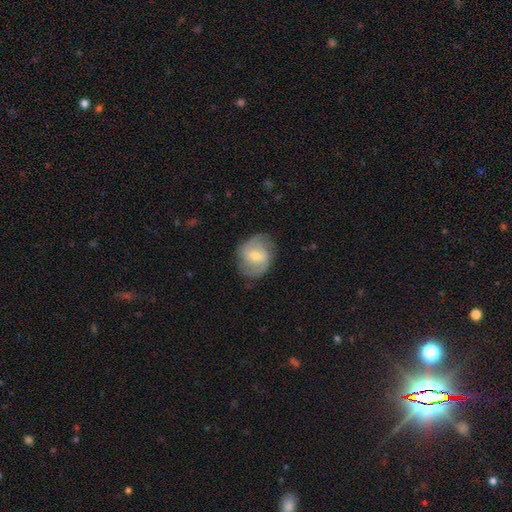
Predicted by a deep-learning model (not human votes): smooth_or_featured: featured or disk (p=0.66) [alt: smooth p=0.27]
disk_edge_on: no (p=0.97) [alt: yes p=0.03]
bar: weak (p=0.52) [alt: strong p=0.26]
has_spiral_arms: yes (p=0.85) [alt: no p=0.15]
spiral_winding: medium (p=0.44) [alt: tight p=0.31]
spiral_arm_count: 2 (p=0.74) [alt: can't tell p=0.15]
bulge_size: moderate (p=0.49) [alt: small p=0.46]
merging: none (p=0.76) [alt: minor disturbance p=0.17]